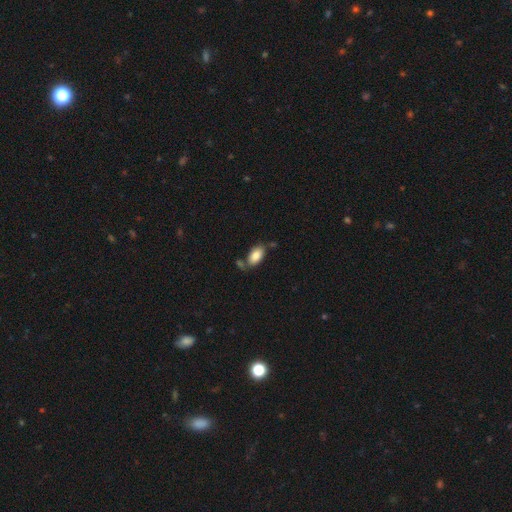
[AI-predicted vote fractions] This appears to be a smooth galaxy with no disk features (85%) that is in between round and cigar-shaped (94%). Merging: none (65%).